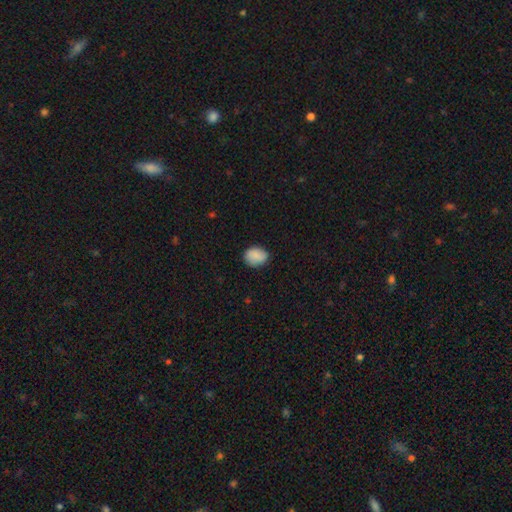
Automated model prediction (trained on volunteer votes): A smooth galaxy with no disk features (85%) that is in between round and cigar-shaped (51%).

Vote fractions:
- Smooth or featured? smooth: 85% / featured or disk: 8% / star or artifact: 7%
- How rounded? in between: 51% / round: 48% / cigar-shaped: 1%
- Merging? none: 80% / minor disturbance: 16% / major disturbance: 3% / merger: 1%